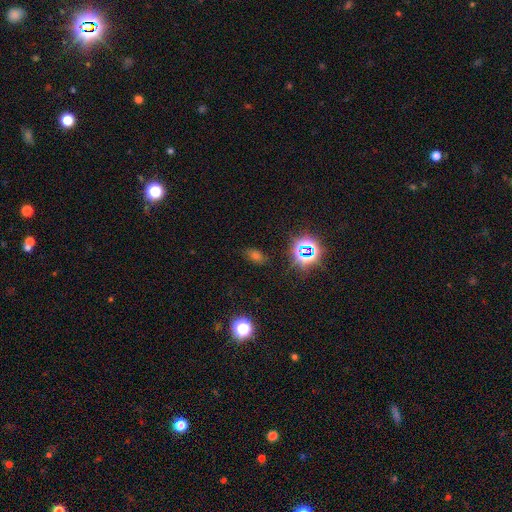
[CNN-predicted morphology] Smooth or featured? smooth (47%)
Merging? none (82%)